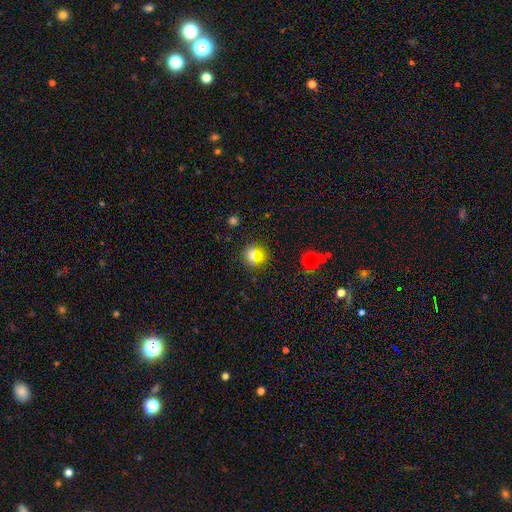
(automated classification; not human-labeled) A smooth galaxy with no disk features (69%) that is round (85%).

Vote fractions:
- Smooth or featured? smooth: 69% / star or artifact: 19% / featured or disk: 12%
- How rounded? round: 85% / in between: 13% / cigar-shaped: 2%
- Merging? none: 77% / minor disturbance: 10% / merger: 9% / major disturbance: 3%